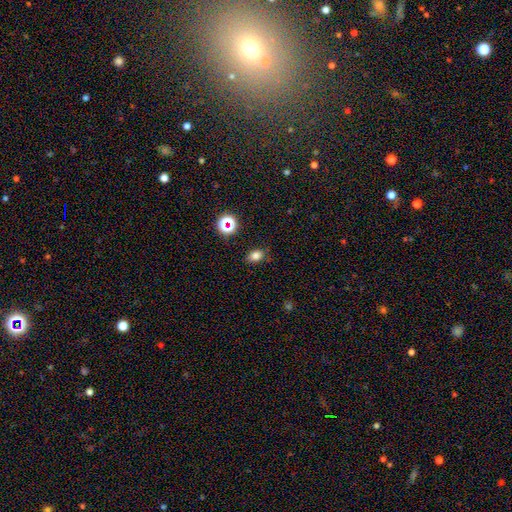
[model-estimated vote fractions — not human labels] A smooth galaxy with no disk features (78%) that is in between round and cigar-shaped (76%). Merging: none (83%).